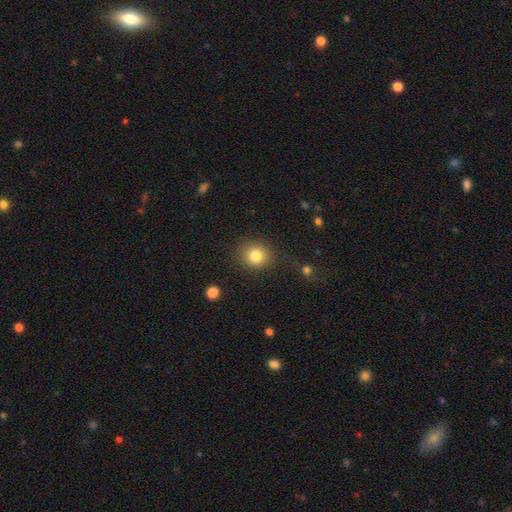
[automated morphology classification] Overall: smooth (83%). How rounded: round (82%). Merging: none (85%).